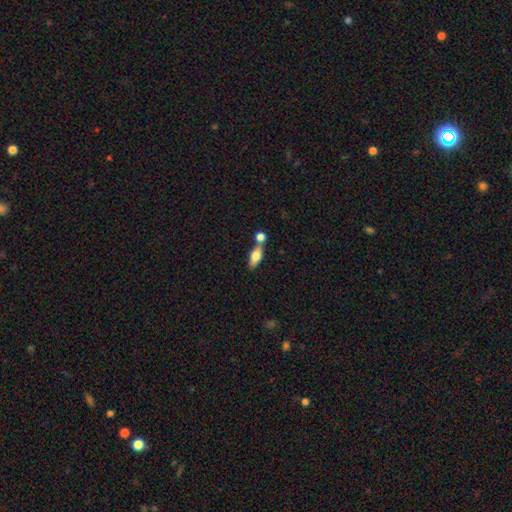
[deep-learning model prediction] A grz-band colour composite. It shows a smooth galaxy with no disk features (72%) that is in between round and cigar-shaped (76%). Merging: none (47%).